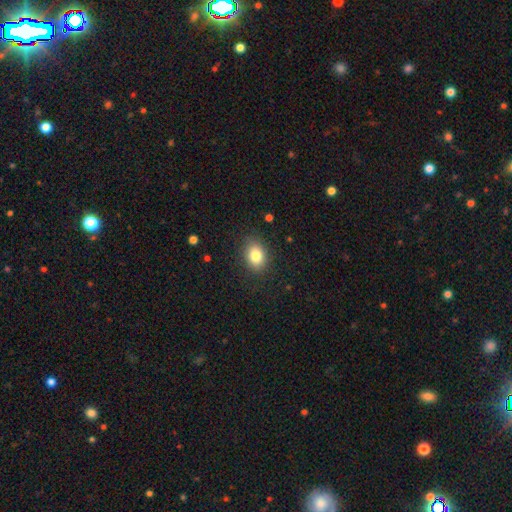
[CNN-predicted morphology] This appears to be a smooth galaxy with no disk features (81%) that is in between round and cigar-shaped (64%). Merging: none (85%).